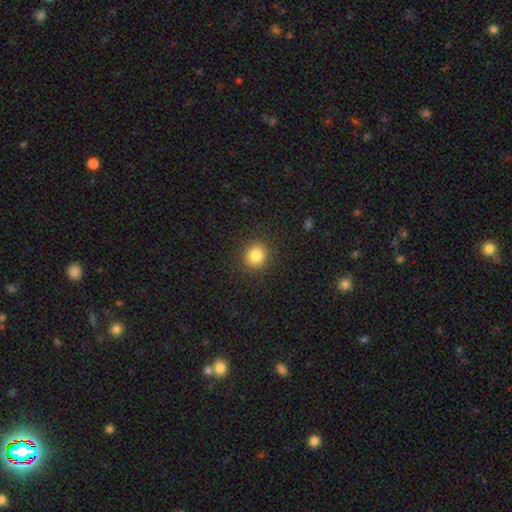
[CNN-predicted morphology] smooth 84%, star or artifact 11%, featured or disk 5%. Down the decision tree: how rounded — round (83%); merging — none (89%).